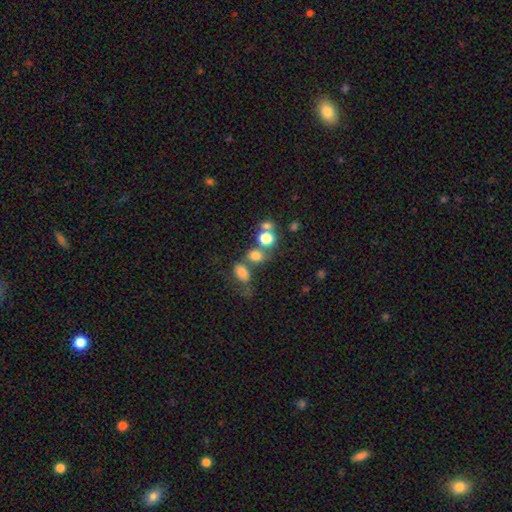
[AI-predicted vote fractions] Smooth or featured? Predicted: smooth (p=0.73). How rounded? Predicted: round (p=0.52). Merging? Predicted: none (p=0.42).